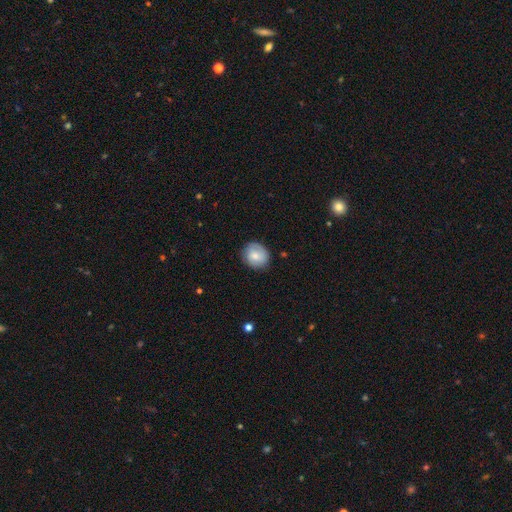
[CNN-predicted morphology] This appears to be a smooth galaxy with no disk features (60%) that is round (75%). Merging: none (81%).